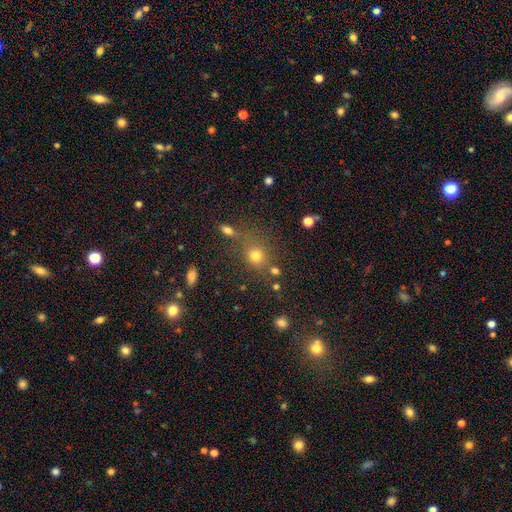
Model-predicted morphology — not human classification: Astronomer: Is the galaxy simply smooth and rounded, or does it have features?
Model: smooth — 70%.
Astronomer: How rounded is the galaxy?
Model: round — 77%.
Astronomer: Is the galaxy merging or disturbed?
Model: none — 66%.